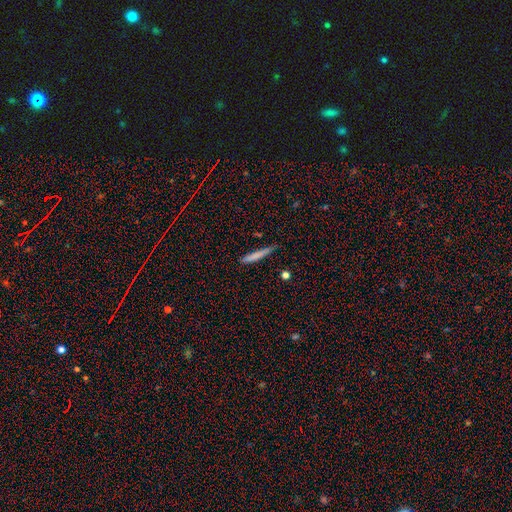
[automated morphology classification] Smooth or featured? smooth (77%)
How rounded? cigar-shaped (94%)
Merging? none (73%)